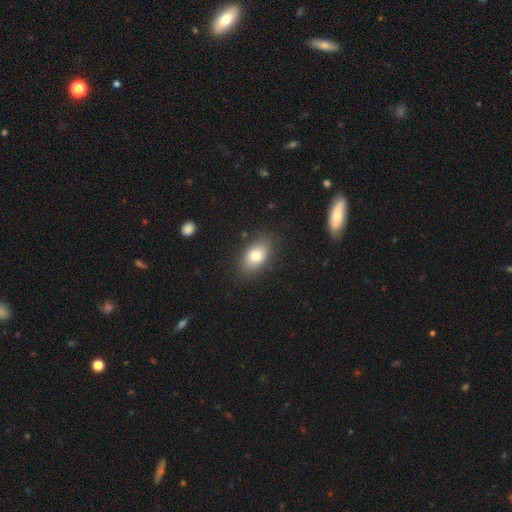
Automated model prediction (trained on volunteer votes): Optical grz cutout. It shows a smooth galaxy with no disk features (81%) that is in between round and cigar-shaped (88%). Merging: none (84%).